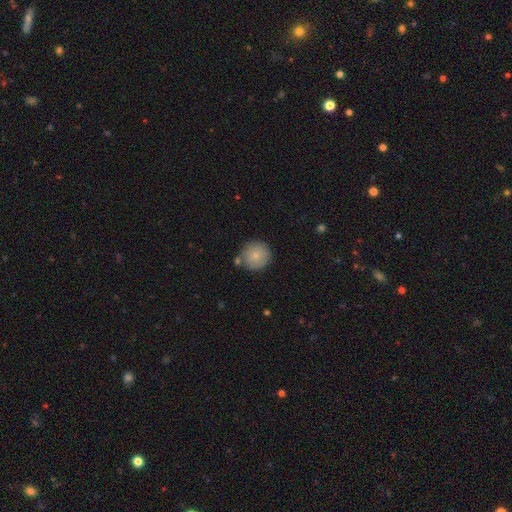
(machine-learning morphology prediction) Overall: smooth (84%). How rounded: round (95%). Merging: none (79%).